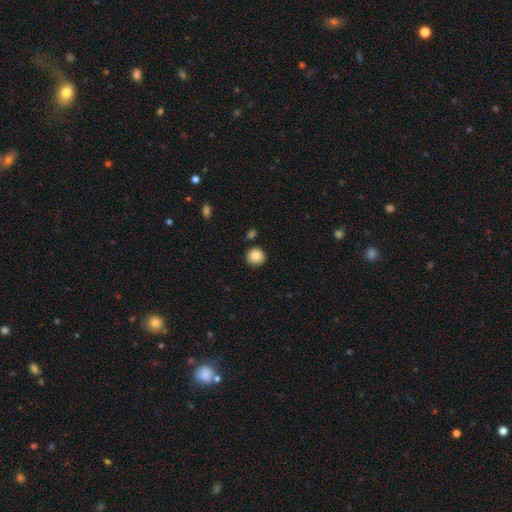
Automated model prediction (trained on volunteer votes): A smooth galaxy with no disk features (87%) that is round (92%).

Vote fractions:
- Smooth or featured? smooth: 87% / star or artifact: 9% / featured or disk: 4%
- How rounded? round: 92% / in between: 7% / cigar-shaped: 1%
- Merging? none: 85% / minor disturbance: 9% / merger: 4% / major disturbance: 2%